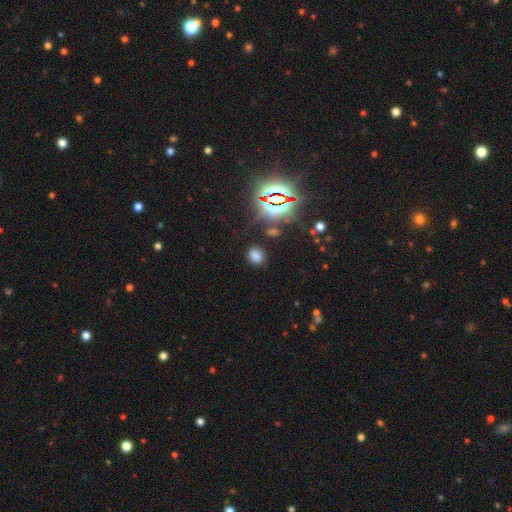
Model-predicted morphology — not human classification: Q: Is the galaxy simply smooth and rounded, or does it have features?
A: smooth — 65%.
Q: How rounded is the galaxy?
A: round — 63%.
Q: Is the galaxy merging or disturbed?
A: none — 83%.